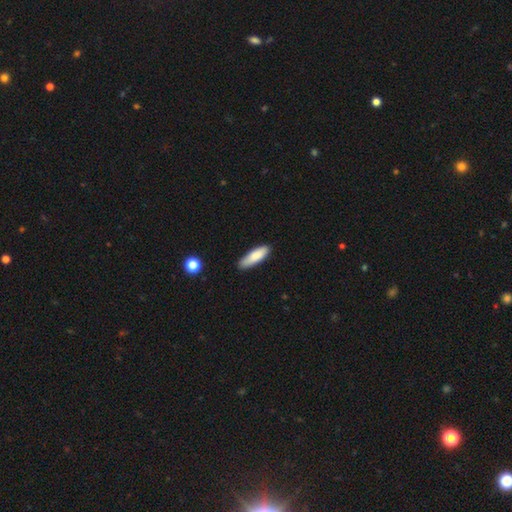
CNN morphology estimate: smooth-or-featured: smooth: 83% | featured or disk: 11% | star or artifact: 6%
  how-rounded: cigar-shaped: 52% | in between: 47% | round: 2%
  merging: none: 85% | minor disturbance: 12% | major disturbance: 2% | merger: 1%